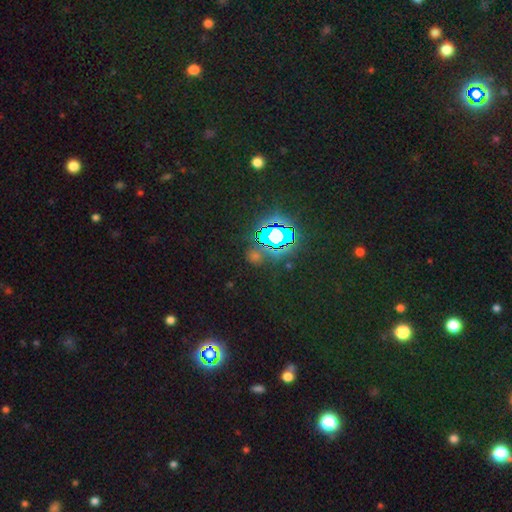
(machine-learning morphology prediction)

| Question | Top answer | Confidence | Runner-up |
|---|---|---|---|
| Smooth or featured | star or artifact | 70% | smooth (21%) |